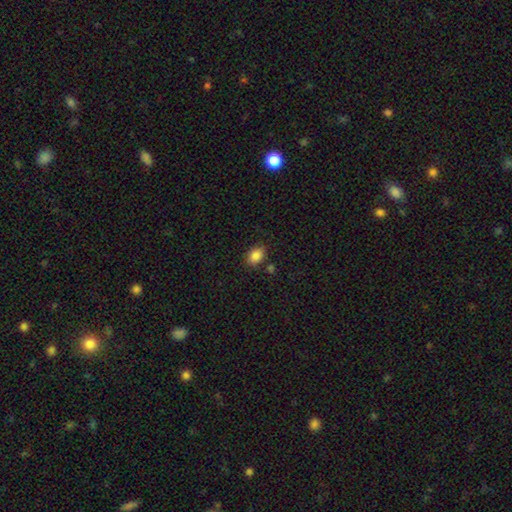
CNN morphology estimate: Smooth or featured? smooth (86%)
How rounded? in between (75%)
Merging? none (80%)